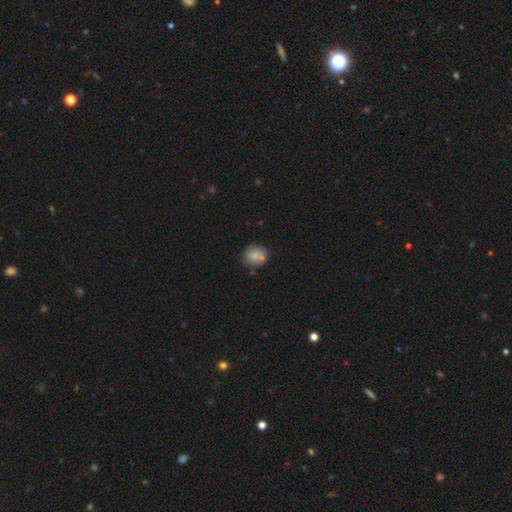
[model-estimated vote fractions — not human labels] Overall: smooth (80%). How rounded: round (76%). Merging: none (65%).